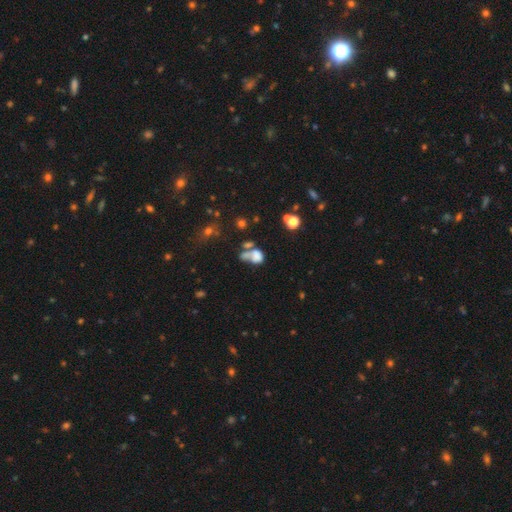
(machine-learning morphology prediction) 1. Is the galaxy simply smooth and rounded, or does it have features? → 59% smooth, 24% featured or disk, 18% star or artifact.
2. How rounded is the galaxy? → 66% in between, 32% round, 2% cigar-shaped.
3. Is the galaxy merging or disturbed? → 47% merger, 20% major disturbance, 19% none, 13% minor disturbance.